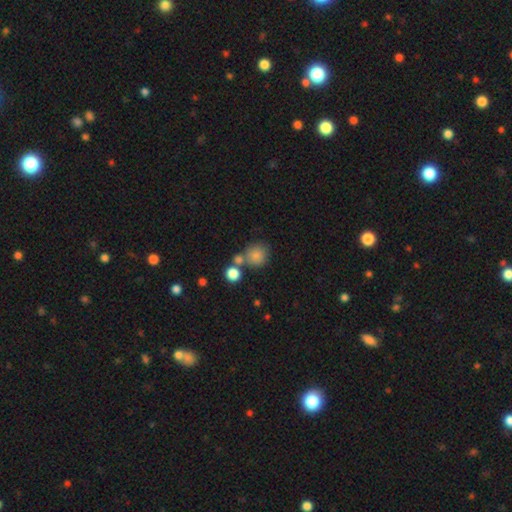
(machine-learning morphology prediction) Smooth or featured? smooth (81%)
How rounded? round (87%)
Merging? none (59%)